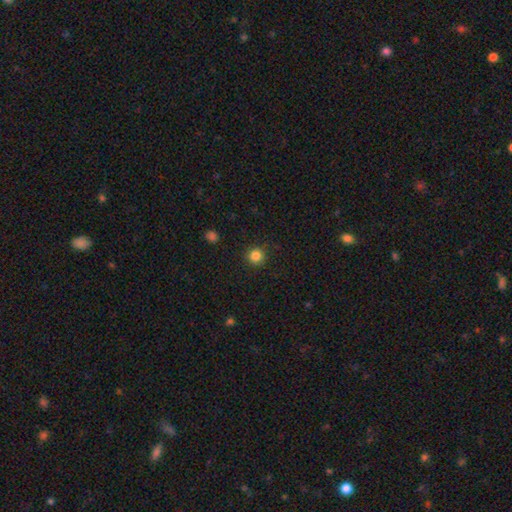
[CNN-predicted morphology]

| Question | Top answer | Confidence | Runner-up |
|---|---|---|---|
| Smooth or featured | smooth | 84% | star or artifact (12%) |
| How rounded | round | 95% | in between (5%) |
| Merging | none | 91% | minor disturbance (6%) |